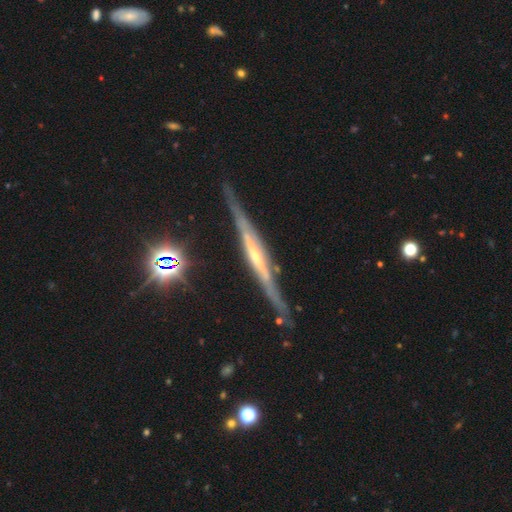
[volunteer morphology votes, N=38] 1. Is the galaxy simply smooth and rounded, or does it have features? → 82% featured or disk, 11% smooth, 8% star or artifact.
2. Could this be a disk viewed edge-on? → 90% yes, 10% no.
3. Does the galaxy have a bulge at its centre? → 39% boxy, 32% rounded, 29% none.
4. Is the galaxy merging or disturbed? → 94% none, 6% minor disturbance, 0% major disturbance, 0% merger.